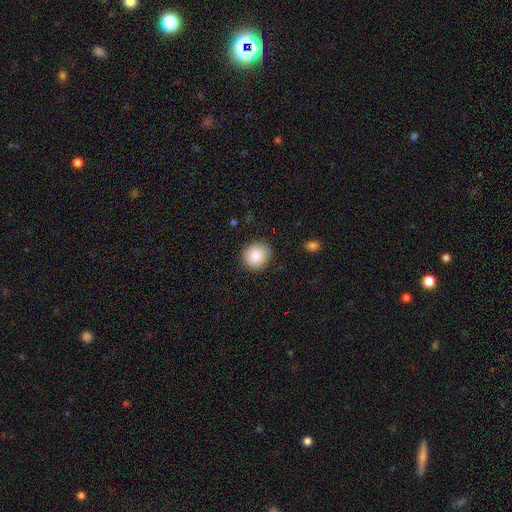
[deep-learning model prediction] Smooth or featured?
  - smooth: 88% *
  - star or artifact: 8%
  - featured or disk: 5%
How rounded?
  - round: 87% *
  - in between: 12%
  - cigar-shaped: 1%
Merging?
  - none: 87% *
  - minor disturbance: 9%
  - major disturbance: 2%
  - merger: 1%